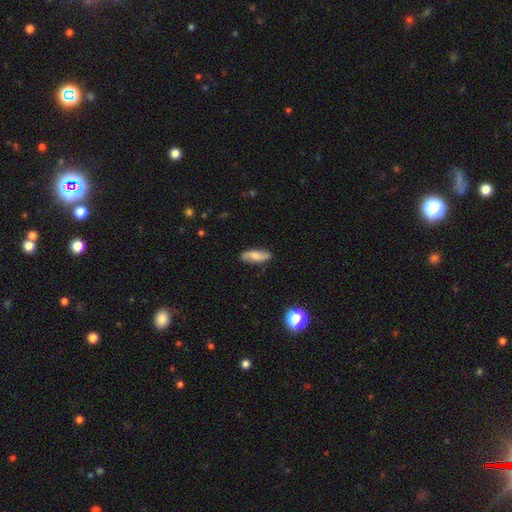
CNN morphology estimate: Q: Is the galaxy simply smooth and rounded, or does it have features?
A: smooth — 51%.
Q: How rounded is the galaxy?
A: in between — 69%.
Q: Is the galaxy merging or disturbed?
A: none — 83%.